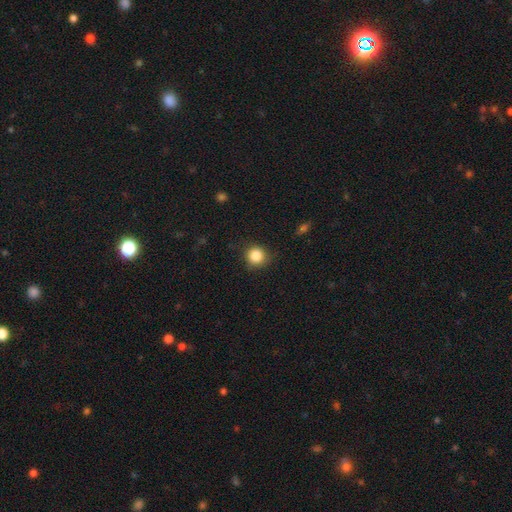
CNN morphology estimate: A smooth galaxy with no disk features (85%) that is round (91%).

Vote fractions:
- Smooth or featured? smooth: 85% / star or artifact: 10% / featured or disk: 4%
- How rounded? round: 91% / in between: 8% / cigar-shaped: 1%
- Merging? none: 83% / minor disturbance: 12% / major disturbance: 3% / merger: 1%